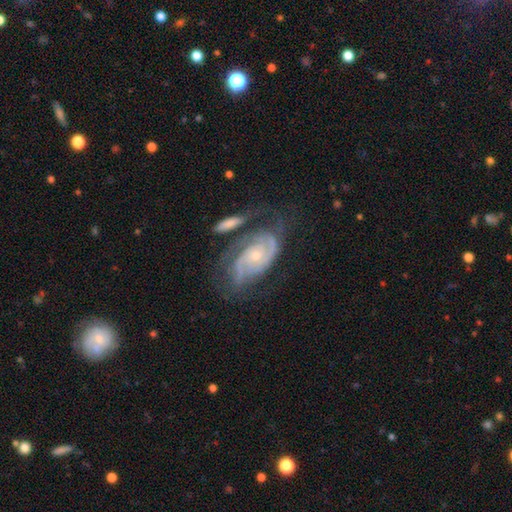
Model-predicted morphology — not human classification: Overall: featured or disk (89%). Edge-on disk: no (96%). Bar: no (69%). Spiral arms: yes (97%). Spiral arm count: 2 (60%). Spiral winding: tight (57%; medium 36%). Bulge size: small (64%; moderate 32%). Merging: none (51%; minor disturbance 21%).